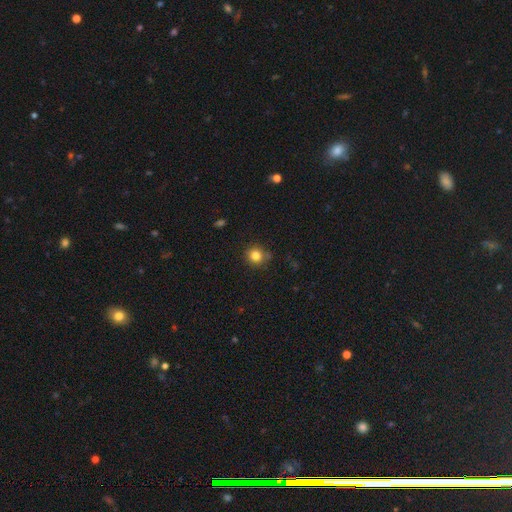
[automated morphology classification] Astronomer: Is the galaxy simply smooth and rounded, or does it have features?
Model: smooth — 83%.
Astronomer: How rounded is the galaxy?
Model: round — 90%.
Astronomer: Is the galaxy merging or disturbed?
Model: none — 81%.